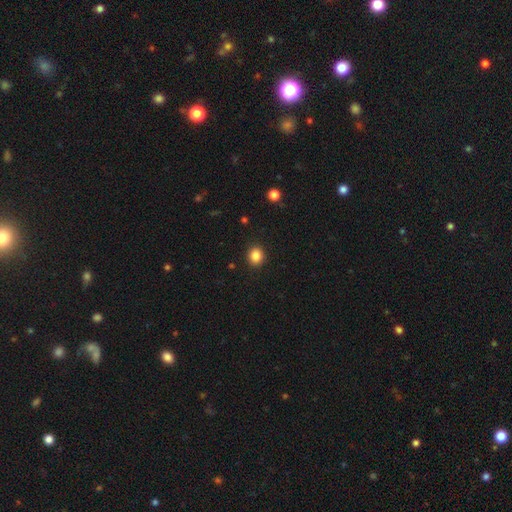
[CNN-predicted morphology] Smooth or featured: smooth — 86% (star or artifact — 11%)
How rounded: round — 79% (in between — 20%)
Merging: none — 91% (minor disturbance — 6%)